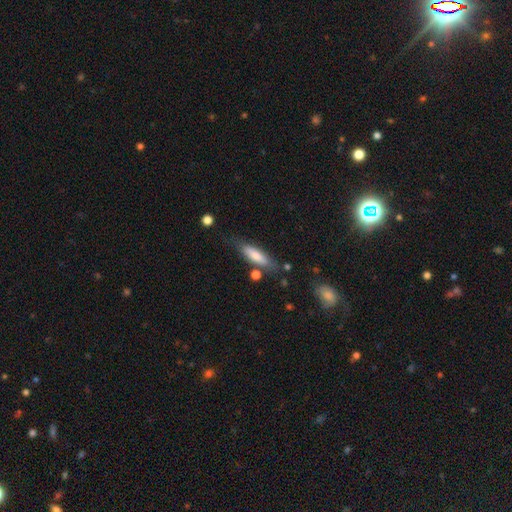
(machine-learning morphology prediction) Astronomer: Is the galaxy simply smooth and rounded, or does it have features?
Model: smooth — 72%.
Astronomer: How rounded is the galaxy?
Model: cigar-shaped — 61% (runner-up: in between, 38%).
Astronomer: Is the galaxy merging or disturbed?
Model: none — 71%.